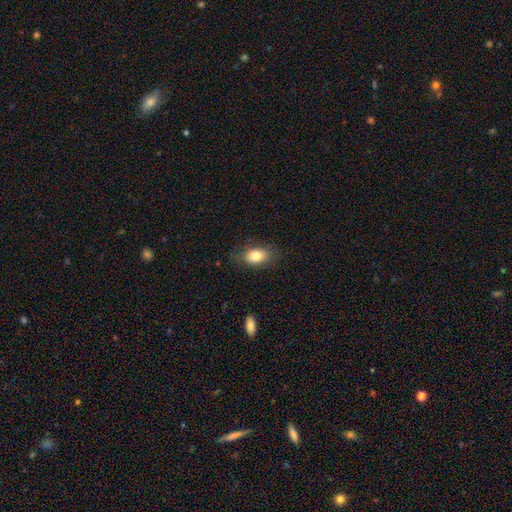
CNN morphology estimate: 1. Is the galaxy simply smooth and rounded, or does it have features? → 81% smooth, 11% featured or disk, 8% star or artifact.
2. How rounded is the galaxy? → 86% in between, 12% round, 2% cigar-shaped.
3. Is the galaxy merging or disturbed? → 78% none, 15% minor disturbance, 5% major disturbance, 1% merger.